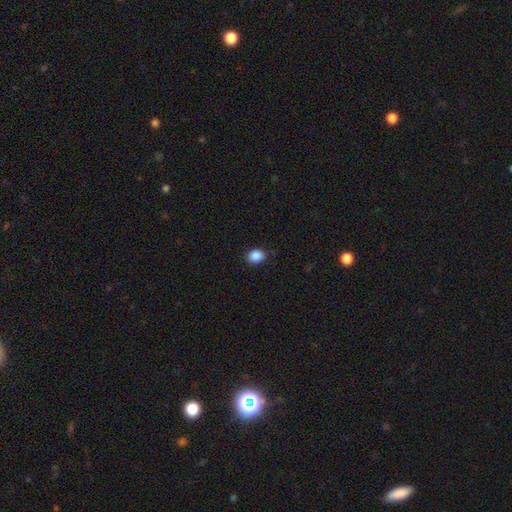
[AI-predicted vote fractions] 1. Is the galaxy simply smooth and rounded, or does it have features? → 88% smooth, 9% star or artifact, 3% featured or disk.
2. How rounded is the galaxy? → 51% round, 48% in between, 1% cigar-shaped.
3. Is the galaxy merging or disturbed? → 82% none, 14% minor disturbance, 3% major disturbance, 1% merger.